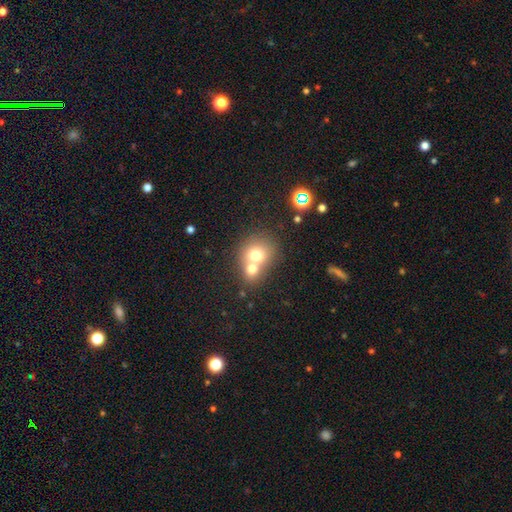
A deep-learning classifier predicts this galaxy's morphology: Overall: smooth (68%). How rounded: round (76%). Merging: merger (63%; none 29%).